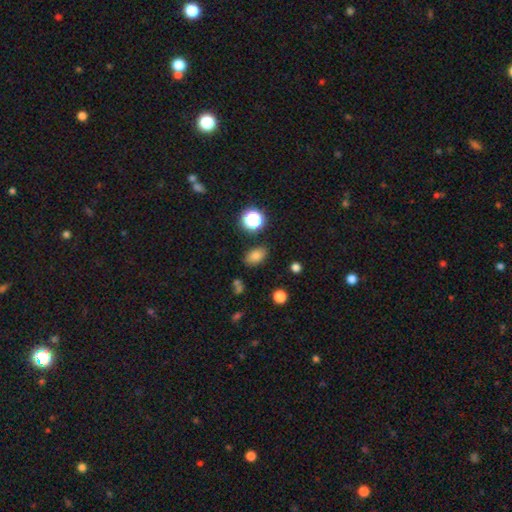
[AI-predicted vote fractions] The model was most divided on "smooth or featured": smooth: 79%, star or artifact: 14%, featured or disk: 7%. More confident: how rounded — in between (82%); merging — none (82%).